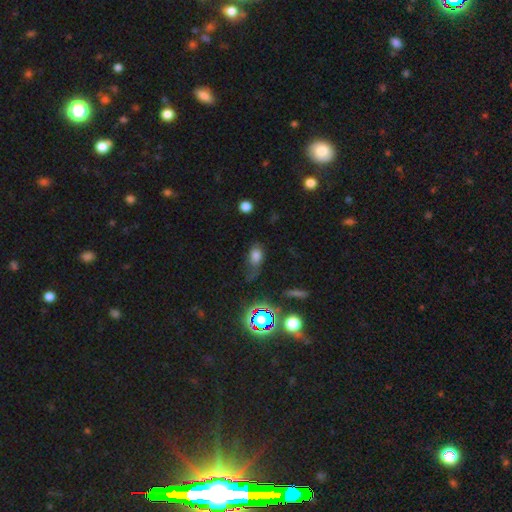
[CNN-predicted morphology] The model was most divided on "merging": none: 39%, minor disturbance: 31%, major disturbance: 25%, merger: 5%. More confident: how rounded — in between (76%); smooth or featured — smooth (67%).